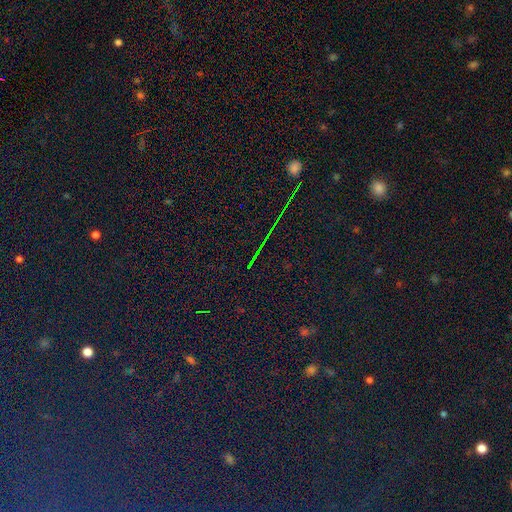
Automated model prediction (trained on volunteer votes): This appears to be a star or artifact, not a galaxy (79%).